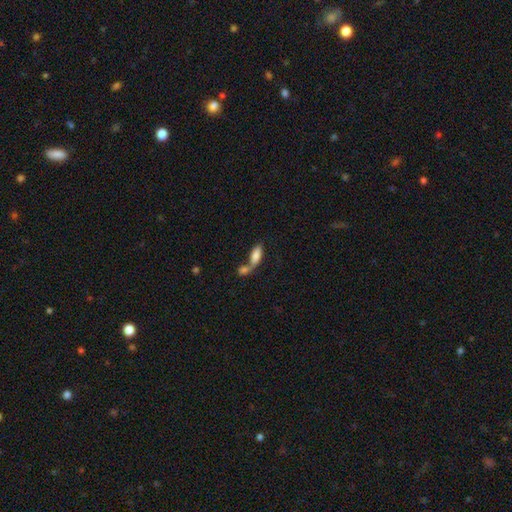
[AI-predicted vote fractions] Morphology: type=smooth (78%); roundness=in between (78%); merging=merger (62%).